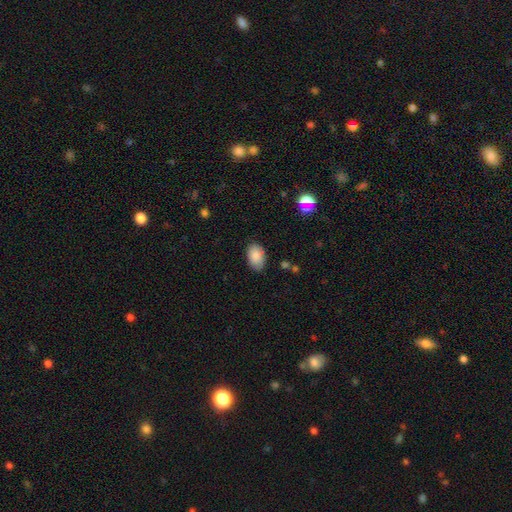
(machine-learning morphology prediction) type=smooth (87%); roundness=in between (91%); merging=none (81%).